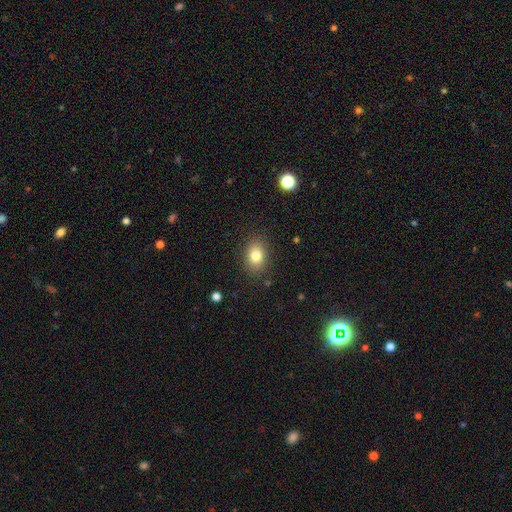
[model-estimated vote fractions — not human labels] smooth_or_featured: smooth (p=0.81) [alt: star or artifact p=0.10]
how_rounded: in between (p=0.69) [alt: round p=0.29]
merging: none (p=0.86) [alt: minor disturbance p=0.10]